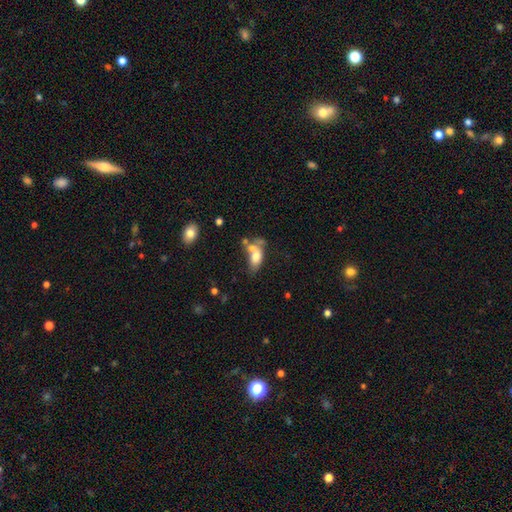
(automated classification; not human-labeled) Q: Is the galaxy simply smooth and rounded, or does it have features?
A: smooth — 66%.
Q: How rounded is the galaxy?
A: in between — 84%.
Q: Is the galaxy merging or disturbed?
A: merger — 44%.